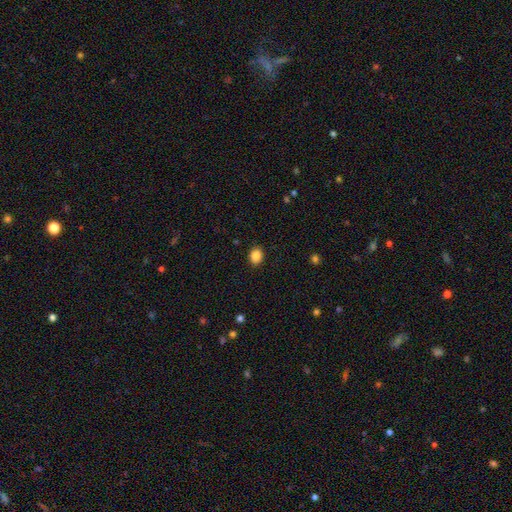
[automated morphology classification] Smooth or featured? smooth (87%)
How rounded? round (50%)
Merging? none (90%)